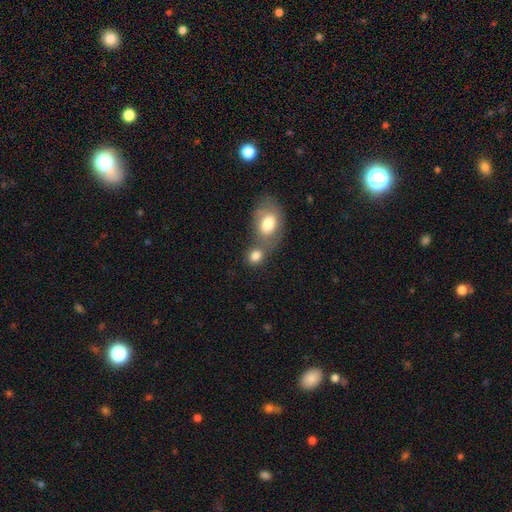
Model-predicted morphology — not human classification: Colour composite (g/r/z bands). It shows a smooth galaxy with no disk features (81%) that is round (58%). Merging: merger (48%).